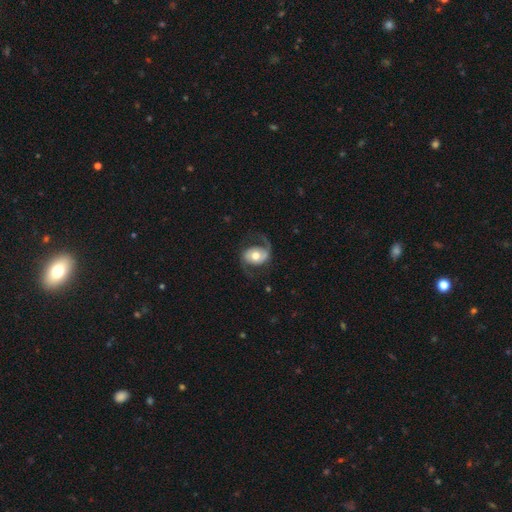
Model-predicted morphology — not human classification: Smooth or featured? Predicted: featured or disk (p=0.80). Edge-on disk? Predicted: no (p=0.97). Bar? Predicted: no (p=0.59). Spiral arms? Predicted: yes (p=0.94). Spiral winding? Predicted: loose (p=0.44, tied with medium). Spiral arm count? Predicted: 2 (p=0.89). Bulge size? Predicted: moderate (p=0.66). Merging? Predicted: none (p=0.69).